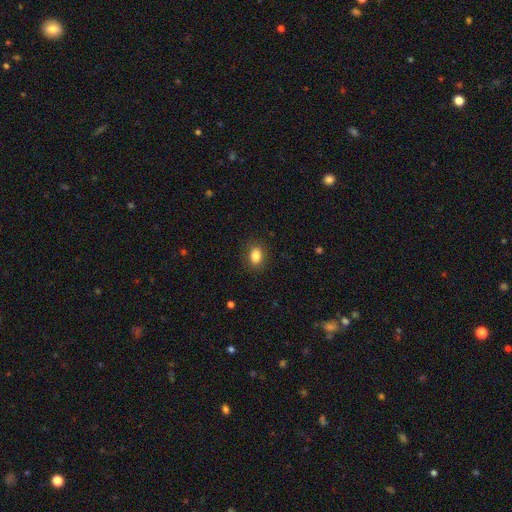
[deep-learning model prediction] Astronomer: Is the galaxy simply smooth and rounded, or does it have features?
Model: smooth — 85%.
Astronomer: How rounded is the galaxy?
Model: in between — 67%.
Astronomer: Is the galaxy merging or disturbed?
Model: none — 86%.